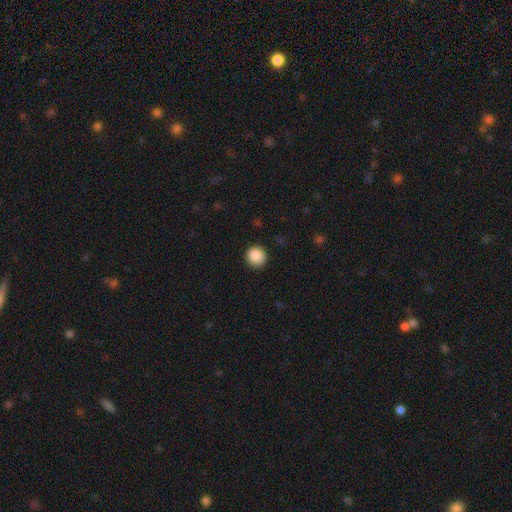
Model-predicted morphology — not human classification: Smooth or featured? smooth (89%)
How rounded? round (94%)
Merging? none (91%)